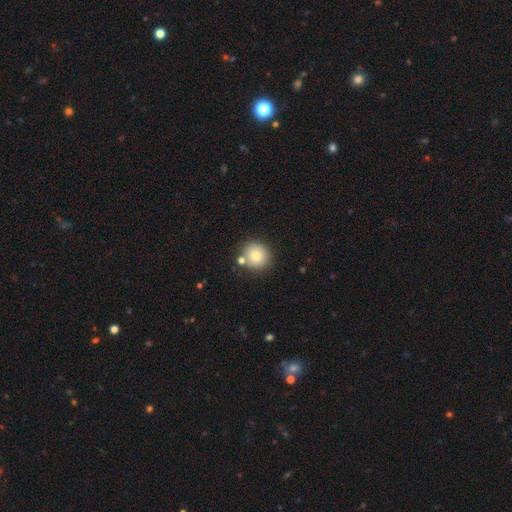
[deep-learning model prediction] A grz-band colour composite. It shows a smooth galaxy with no disk features (80%) that is round (89%). Merging: none (74%).